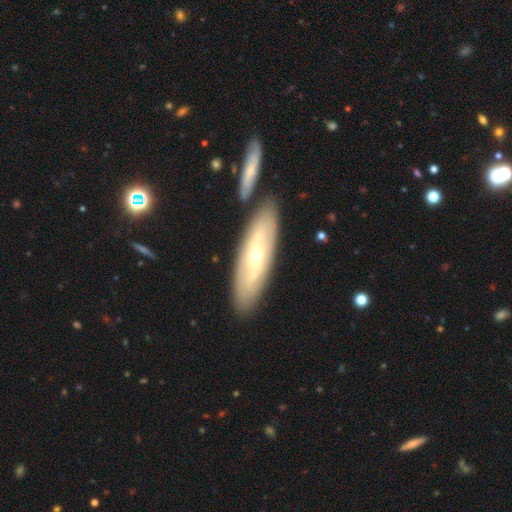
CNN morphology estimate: Smooth or featured? Predicted: featured or disk (p=0.63). Edge-on disk? Predicted: no (p=0.70). Merging? Predicted: none (p=0.82).